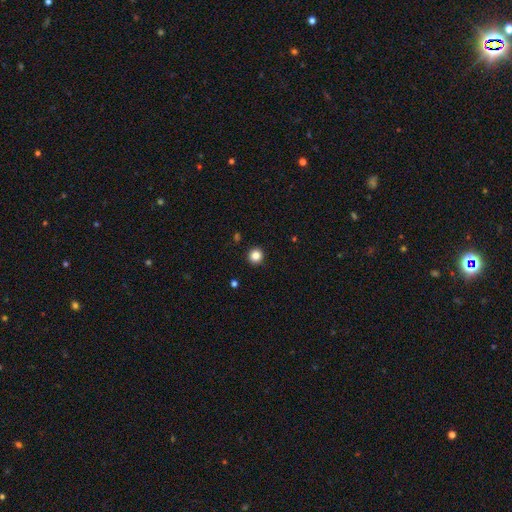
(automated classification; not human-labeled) smooth-or-featured: smooth: 85% | star or artifact: 11% | featured or disk: 4%
  how-rounded: round: 95% | in between: 4% | cigar-shaped: 1%
  merging: none: 93% | minor disturbance: 4% | major disturbance: 2% | merger: 1%